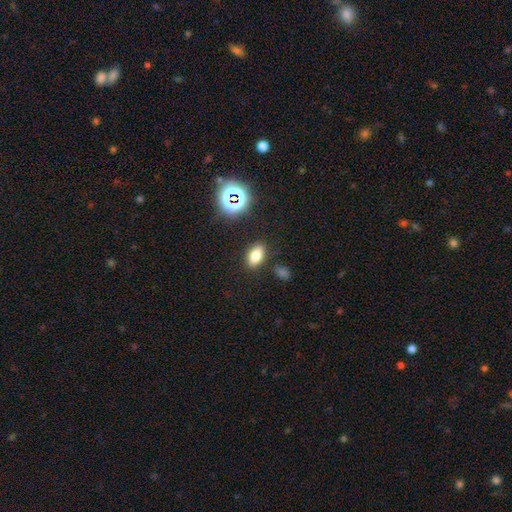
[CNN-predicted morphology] type=smooth (73%); roundness=in between (85%); merging=none (85%).